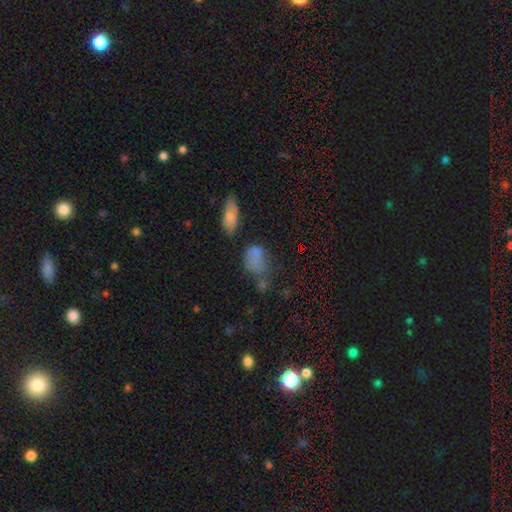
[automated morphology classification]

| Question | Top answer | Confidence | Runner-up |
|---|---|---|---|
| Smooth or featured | smooth | 64% | star or artifact (22%) |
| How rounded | in between | 72% | round (24%) |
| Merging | none | 43% | minor disturbance (24%) |